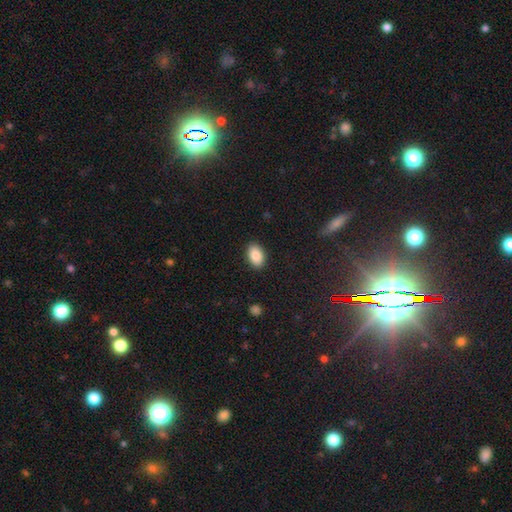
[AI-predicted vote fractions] This appears to be a smooth galaxy with no disk features (87%) that is in between round and cigar-shaped (88%). Merging: none (89%).